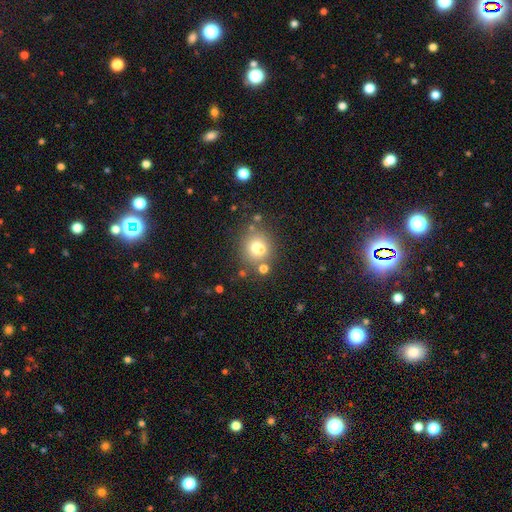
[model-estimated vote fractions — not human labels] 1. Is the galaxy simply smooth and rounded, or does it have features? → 70% smooth, 17% star or artifact, 13% featured or disk.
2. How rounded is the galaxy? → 77% round, 22% in between, 1% cigar-shaped.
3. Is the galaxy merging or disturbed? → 71% none, 13% merger, 12% minor disturbance, 4% major disturbance.